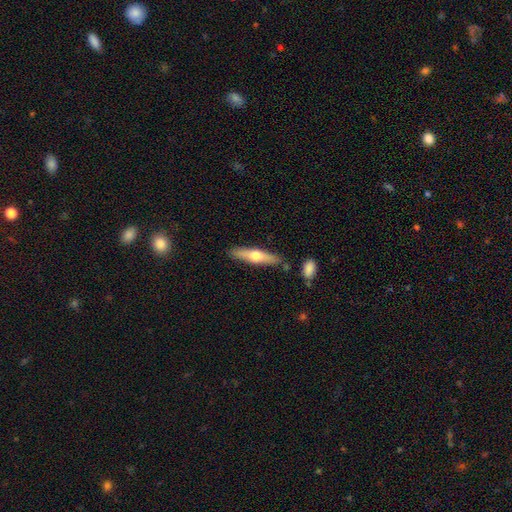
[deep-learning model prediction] This is possibly a featured or disk galaxy (50%). Merging: clearly none (84%).